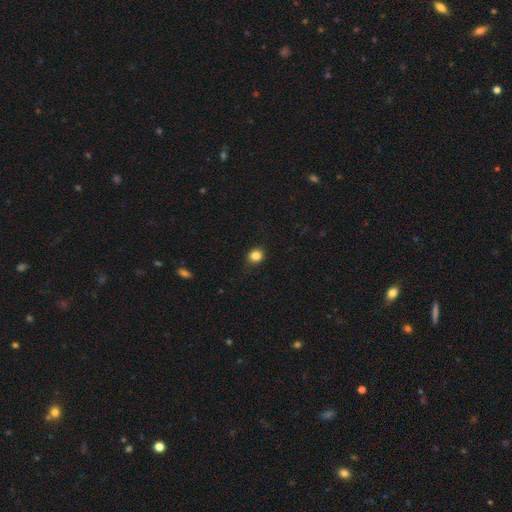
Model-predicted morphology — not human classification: This is clearly a smooth galaxy (84%). How rounded: likely round (77%). Merging: clearly none (84%).